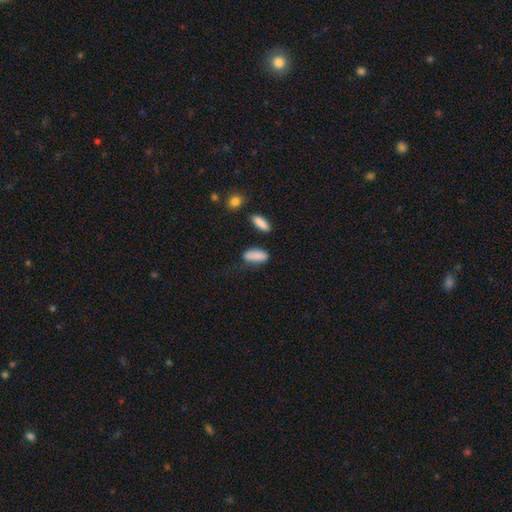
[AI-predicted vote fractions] smooth-or-featured: smooth: 87% | star or artifact: 7% | featured or disk: 6%
  how-rounded: in between: 69% | cigar-shaped: 28% | round: 3%
  merging: none: 70% | minor disturbance: 19% | merger: 5% | major disturbance: 5%